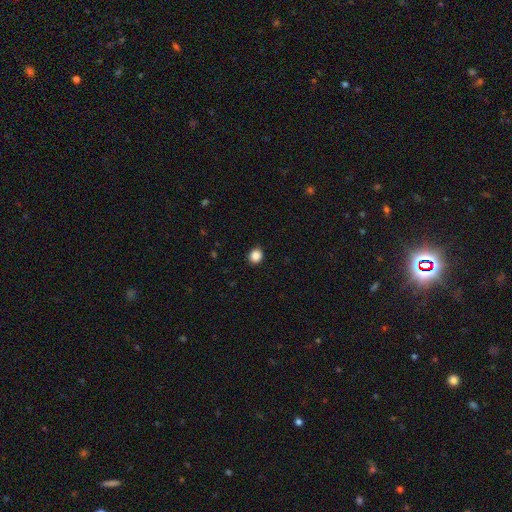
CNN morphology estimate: type=smooth (87%); roundness=round (80%); merging=none (91%).